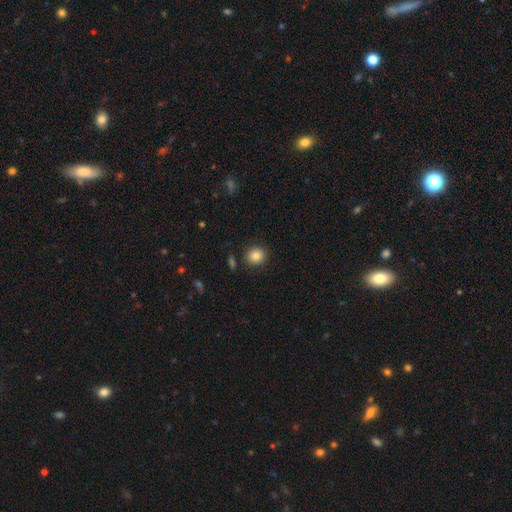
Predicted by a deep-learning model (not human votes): Smooth or featured? Predicted: smooth (p=0.86). How rounded? Predicted: round (p=0.82). Merging? Predicted: none (p=0.87).